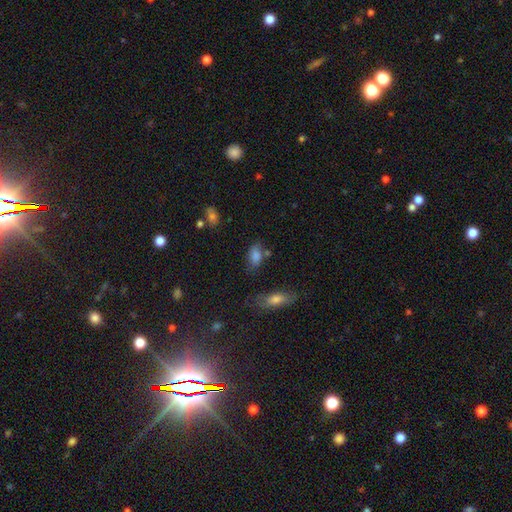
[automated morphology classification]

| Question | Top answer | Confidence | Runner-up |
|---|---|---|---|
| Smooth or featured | smooth | 79% | featured or disk (10%) |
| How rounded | in between | 88% | round (7%) |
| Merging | none | 57% | minor disturbance (24%) |